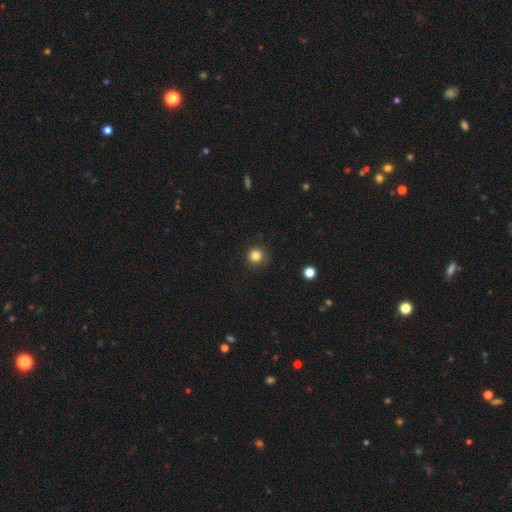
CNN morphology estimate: A smooth galaxy with no disk features (84%) that is round (95%).

Vote fractions:
- Smooth or featured? smooth: 84% / star or artifact: 12% / featured or disk: 4%
- How rounded? round: 95% / in between: 4% / cigar-shaped: 1%
- Merging? none: 88% / minor disturbance: 8% / major disturbance: 2% / merger: 1%